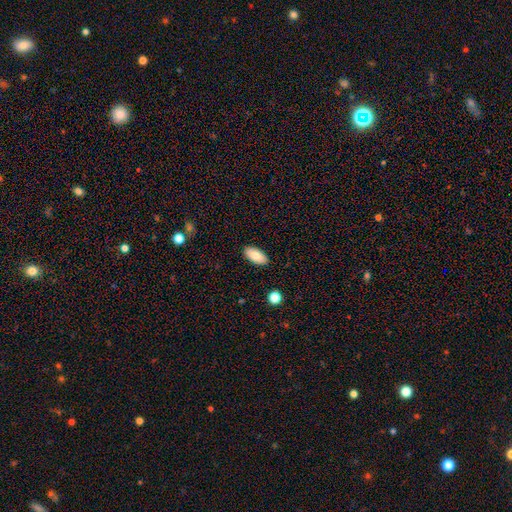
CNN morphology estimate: smooth 83%, featured or disk 10%, star or artifact 7%. Down the decision tree: how rounded — in between (92%); merging — none (88%).